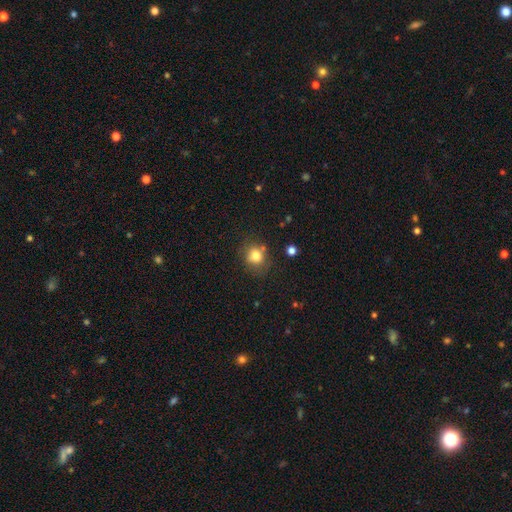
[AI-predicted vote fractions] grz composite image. It shows a smooth galaxy with no disk features (80%) that is round (73%). Merging: none (72%).